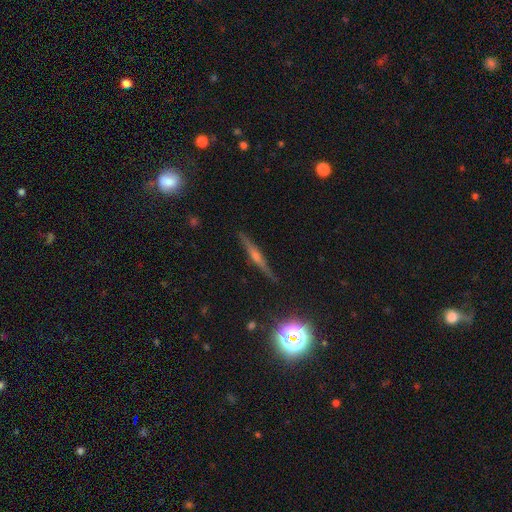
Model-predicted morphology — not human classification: smooth_or_featured: featured or disk (p=0.72) [alt: smooth p=0.16]
disk_edge_on: yes (p=0.97) [alt: no p=0.03]
edge_on_bulge: rounded (p=0.81) [alt: none p=0.10]
merging: none (p=0.89) [alt: minor disturbance p=0.08]